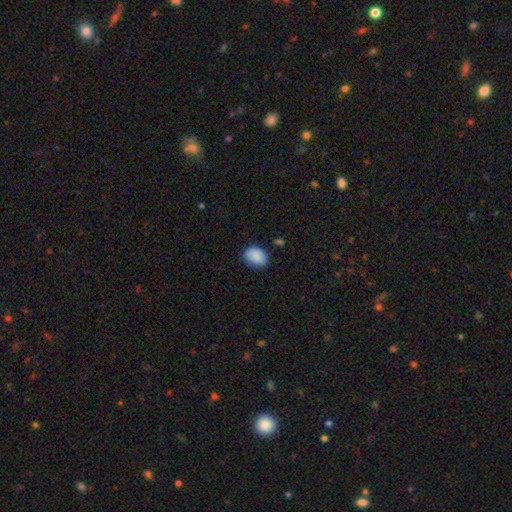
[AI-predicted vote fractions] Morphology: type=smooth (89%); roundness=in between (70%); merging=none (81%).